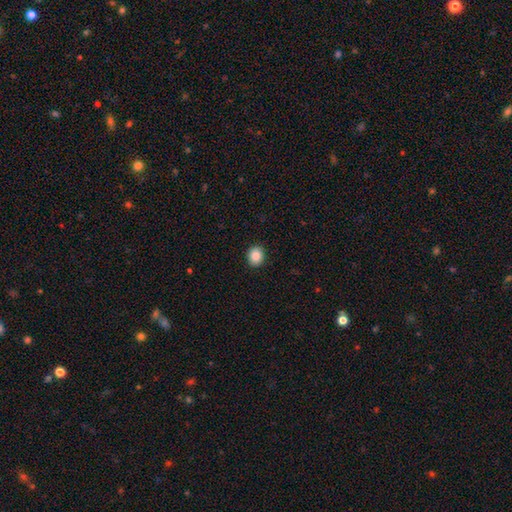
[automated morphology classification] smooth 87%, star or artifact 9%, featured or disk 4%. Down the decision tree: how rounded — round (67%); merging — none (91%).